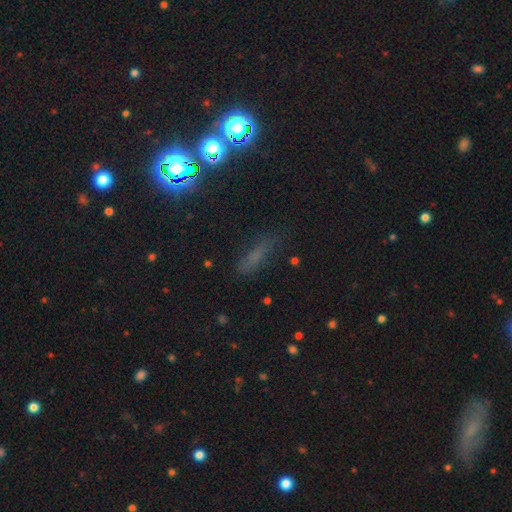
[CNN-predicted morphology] Smooth or featured? smooth (48%)
Merging? none (72%)